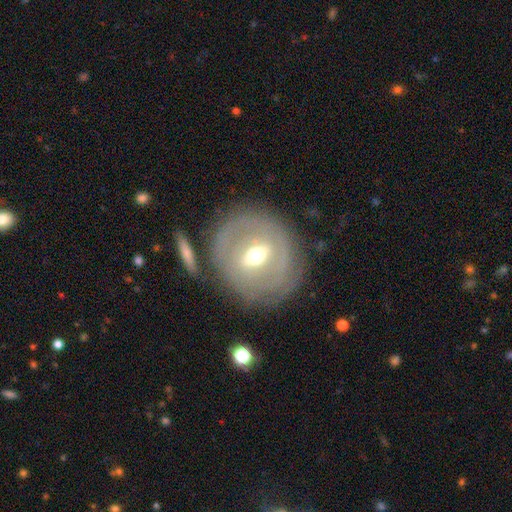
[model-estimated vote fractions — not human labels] The model was most divided on "bar": weak: 43%, strong: 42%, no: 14%. More confident: edge-on disk — no (89%); merging — none (78%); smooth or featured — featured or disk (72%); bulge size — moderate (70%); spiral arms — no (55%).